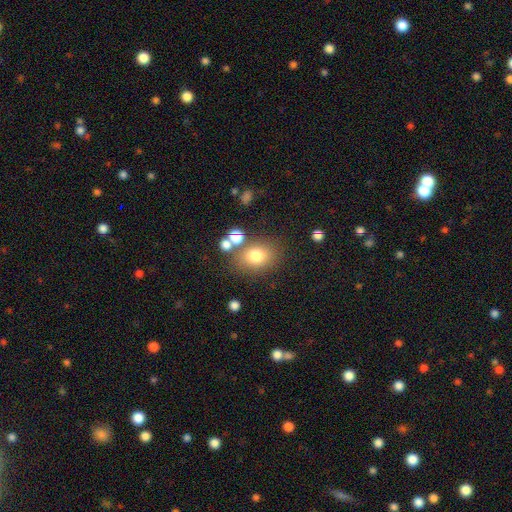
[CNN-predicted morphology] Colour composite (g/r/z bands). It shows a smooth galaxy with no disk features (76%) that is in between round and cigar-shaped (51%). Merging: none (71%).